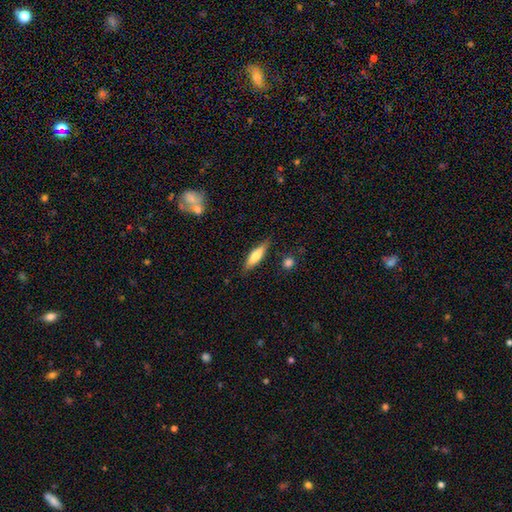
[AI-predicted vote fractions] A smooth galaxy with no disk features (63%) that is cigar-shaped (68%). Merging: none (81%).